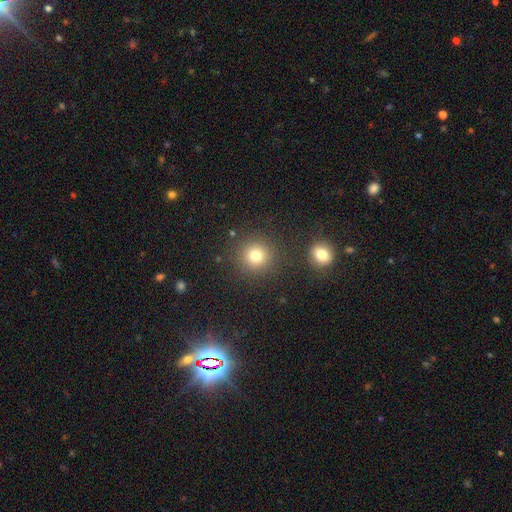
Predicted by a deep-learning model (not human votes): smooth-or-featured: smooth: 78% | star or artifact: 15% | featured or disk: 7%
  how-rounded: round: 93% | in between: 6% | cigar-shaped: 1%
  merging: none: 86% | minor disturbance: 6% | merger: 5% | major disturbance: 3%